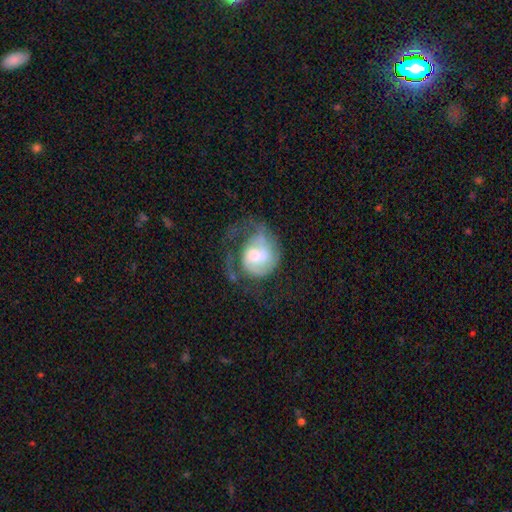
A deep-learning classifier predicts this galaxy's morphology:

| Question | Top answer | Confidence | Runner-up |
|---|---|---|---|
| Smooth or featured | featured or disk | 68% | smooth (25%) |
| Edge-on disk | no | 98% | yes (2%) |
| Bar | no | 64% | weak (30%) |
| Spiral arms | yes | 79% | no (21%) |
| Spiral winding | medium | 40% | loose (32%) |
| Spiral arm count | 1 | 43% | 2 (34%) |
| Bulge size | moderate | 53% | small (27%) |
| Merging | major disturbance | 41% | none (31%) |